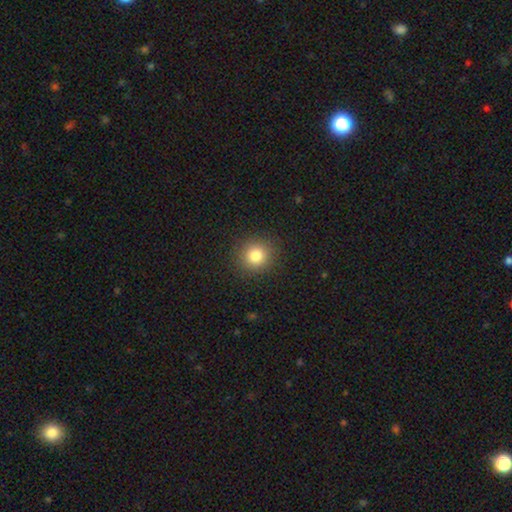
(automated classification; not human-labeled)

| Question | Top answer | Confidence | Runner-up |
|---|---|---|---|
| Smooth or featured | smooth | 82% | star or artifact (11%) |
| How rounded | round | 90% | in between (9%) |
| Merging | none | 90% | minor disturbance (7%) |